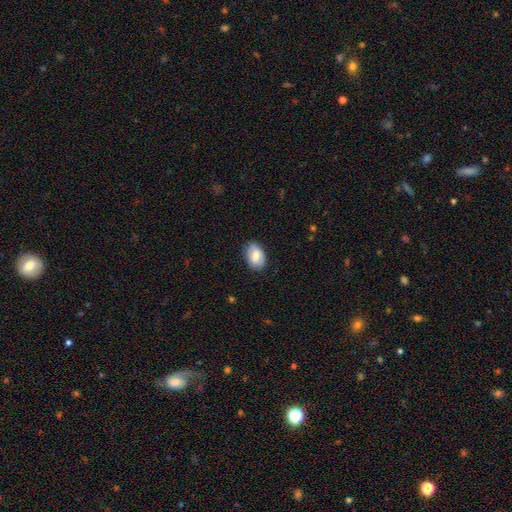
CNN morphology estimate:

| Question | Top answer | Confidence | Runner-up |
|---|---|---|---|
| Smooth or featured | smooth | 65% | featured or disk (28%) |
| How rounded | in between | 85% | round (14%) |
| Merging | none | 82% | minor disturbance (14%) |